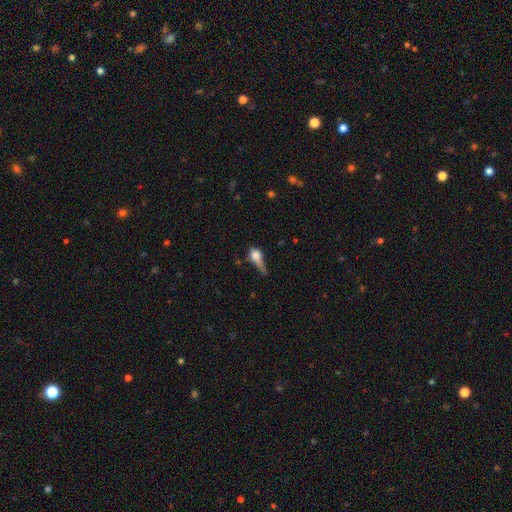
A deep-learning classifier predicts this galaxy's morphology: Q: Smooth or featured?
A: smooth (66%); runner-up: featured or disk (22%)
Q: How rounded?
A: in between (51%); runner-up: round (31%)
Q: Merging?
A: major disturbance (38%); runner-up: minor disturbance (28%)